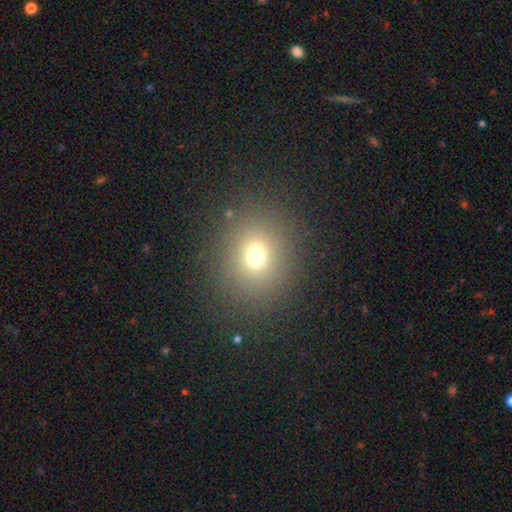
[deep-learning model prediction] Smooth or featured?
  - smooth: 70% *
  - star or artifact: 20%
  - featured or disk: 10%
How rounded?
  - round: 74% *
  - in between: 25%
  - cigar-shaped: 1%
Merging?
  - none: 85% *
  - minor disturbance: 8%
  - major disturbance: 5%
  - merger: 2%